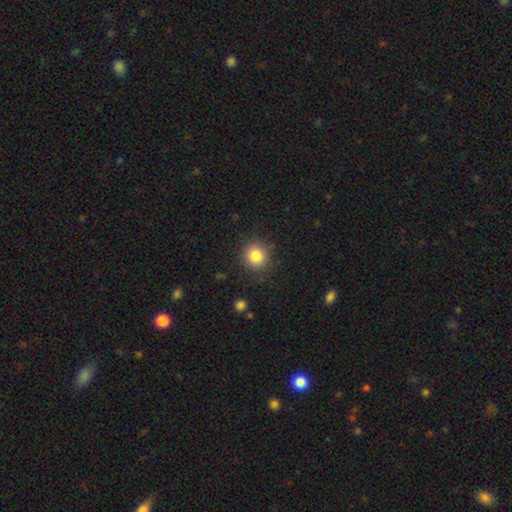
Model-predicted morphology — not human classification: type=smooth (83%); roundness=round (90%); merging=none (87%).